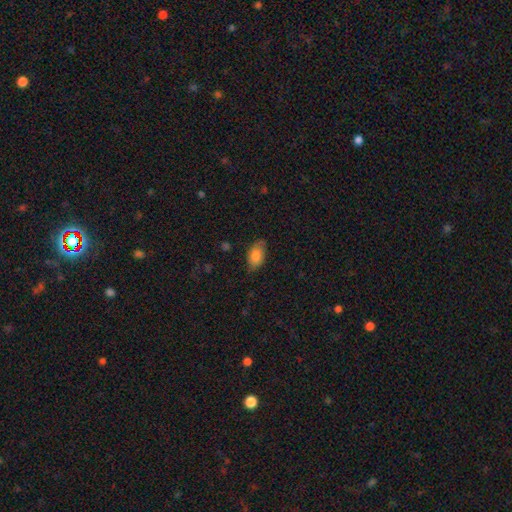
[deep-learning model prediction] Overall: smooth (83%). How rounded: in between (91%). Merging: none (74%).